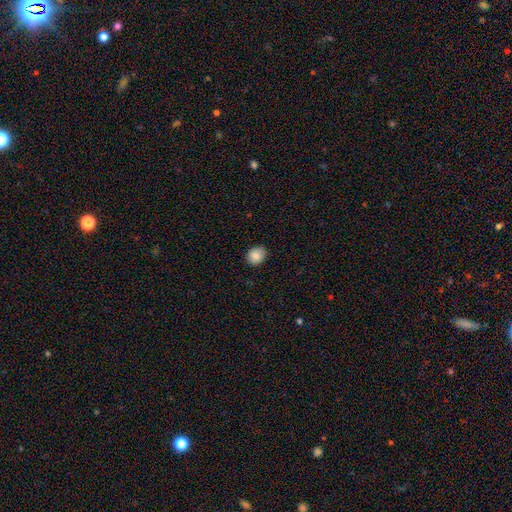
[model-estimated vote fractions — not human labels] smooth 87%, star or artifact 8%, featured or disk 4%. Down the decision tree: how rounded — round (61%); merging — none (87%).